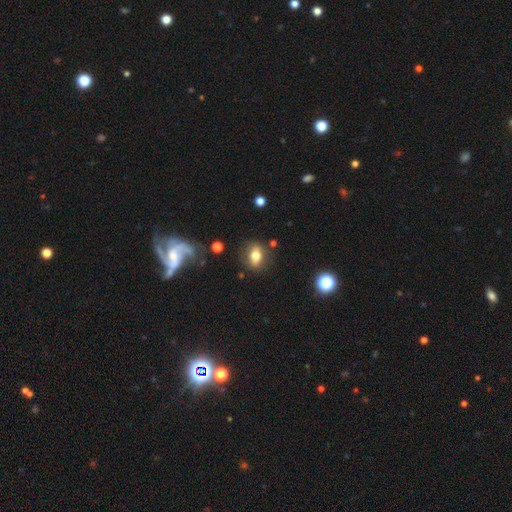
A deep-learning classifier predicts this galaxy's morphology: This is likely a smooth galaxy (70%). How rounded: likely in between (69%). Merging: clearly none (80%).